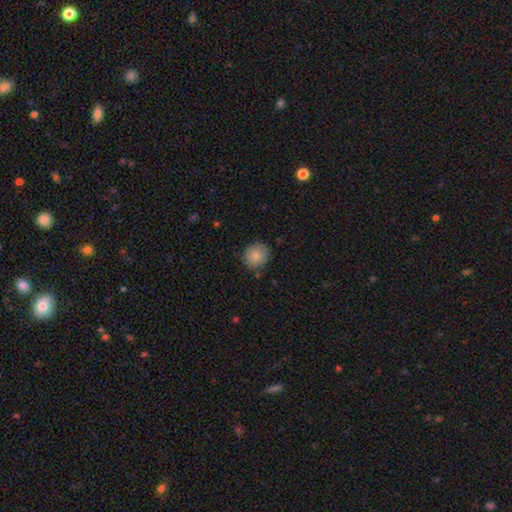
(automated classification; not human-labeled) Smooth or featured: smooth — 85% (star or artifact — 8%)
How rounded: round — 80% (in between — 19%)
Merging: none — 81% (minor disturbance — 14%)